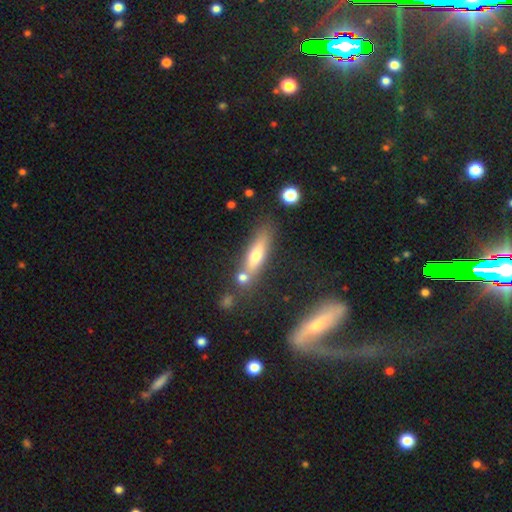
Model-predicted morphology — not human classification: smooth 56%, featured or disk 34%, star or artifact 10%. Down the decision tree: how rounded — cigar-shaped (69%); merging — none (68%).